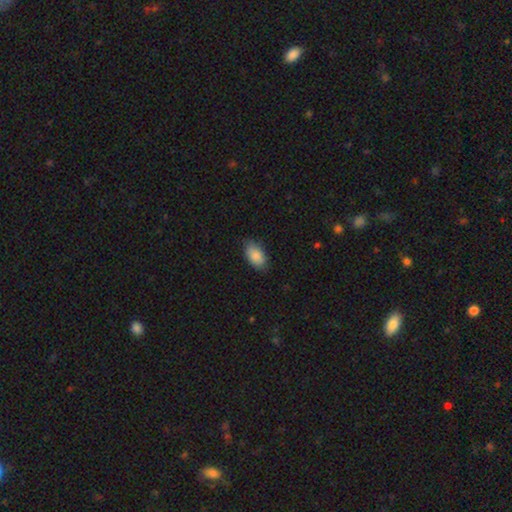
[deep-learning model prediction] Smooth or featured? smooth (85%)
How rounded? in between (93%)
Merging? none (78%)